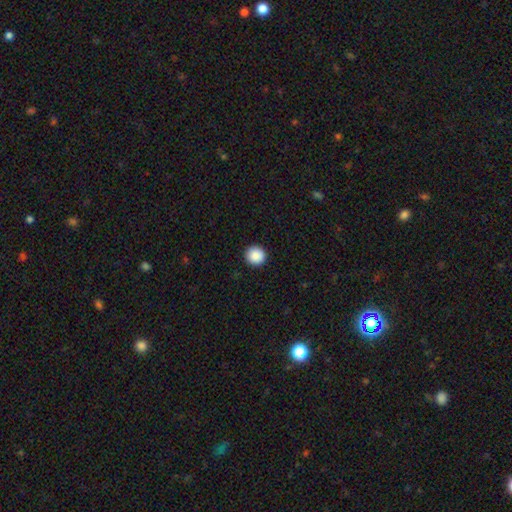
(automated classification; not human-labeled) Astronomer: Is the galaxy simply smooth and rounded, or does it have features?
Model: smooth — 89%.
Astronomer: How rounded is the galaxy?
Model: round — 95%.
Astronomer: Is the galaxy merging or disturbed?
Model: none — 93%.